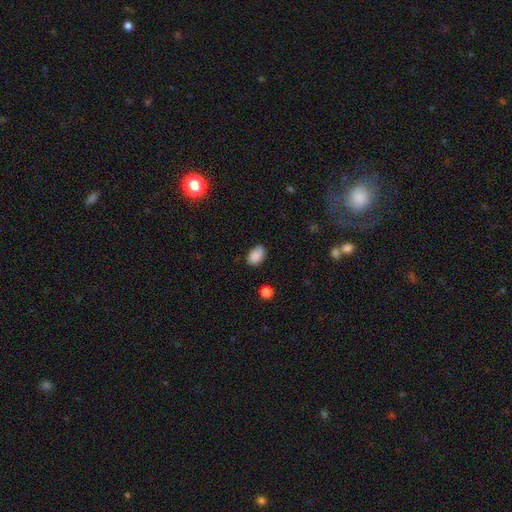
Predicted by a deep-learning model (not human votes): Smooth or featured: smooth — 87% (star or artifact — 9%)
How rounded: in between — 87% (round — 12%)
Merging: none — 77% (minor disturbance — 18%)